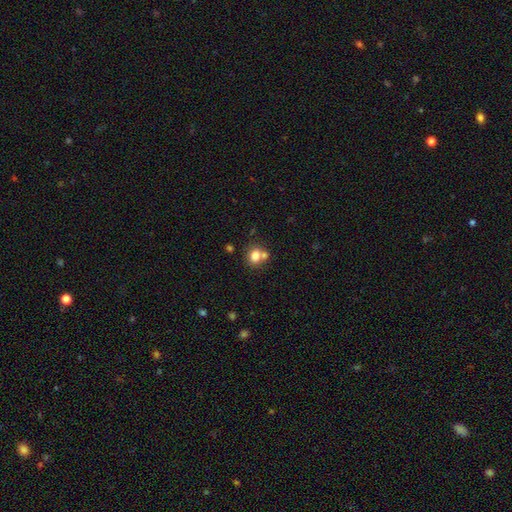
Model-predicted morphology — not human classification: The model was most divided on "merging": none: 51%, merger: 35%, minor disturbance: 10%, major disturbance: 4%. More confident: smooth or featured — smooth (79%); how rounded — round (60%).